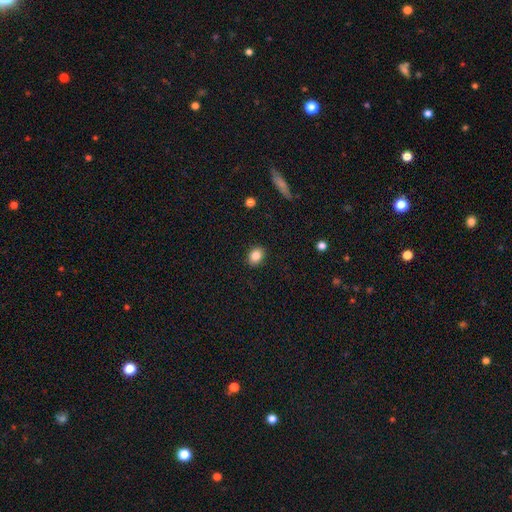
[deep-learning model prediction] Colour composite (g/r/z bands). It shows a smooth galaxy with no disk features (85%) that is in between round and cigar-shaped (58%). Merging: none (90%).